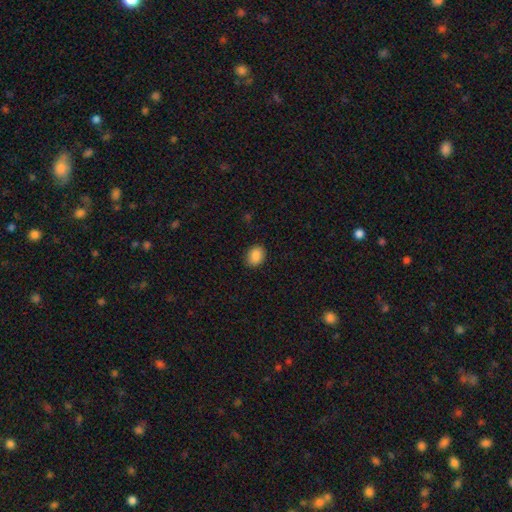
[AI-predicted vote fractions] Smooth or featured?
  - smooth: 87% *
  - star or artifact: 8%
  - featured or disk: 4%
How rounded?
  - in between: 57% *
  - round: 42%
  - cigar-shaped: 1%
Merging?
  - none: 87% *
  - minor disturbance: 10%
  - major disturbance: 2%
  - merger: 1%